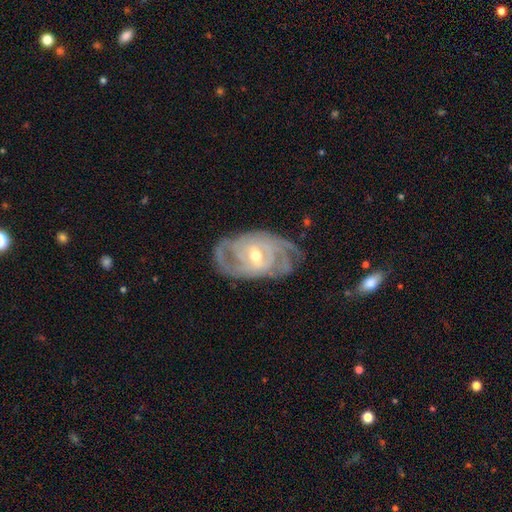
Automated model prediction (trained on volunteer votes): featured or disk 90%, smooth 6%, star or artifact 5%. Down the decision tree: edge-on disk — no (96%); bar — weak (49%); spiral arms — yes (97%); spiral arm count — 3 (28%); spiral winding — tight (61%); bulge size — moderate (57%); merging — none (71%).